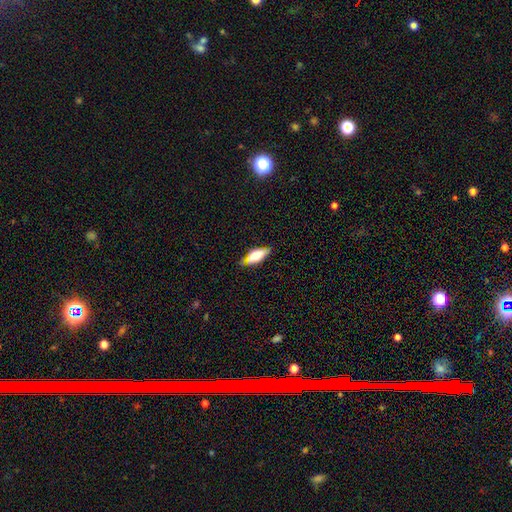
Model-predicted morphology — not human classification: A smooth galaxy with no disk features (59%) that is in between round and cigar-shaped (71%).

Vote fractions:
- Smooth or featured? smooth: 59% / featured or disk: 34% / star or artifact: 8%
- How rounded? in between: 71% / cigar-shaped: 26% / round: 3%
- Merging? none: 73% / minor disturbance: 21% / major disturbance: 4% / merger: 2%